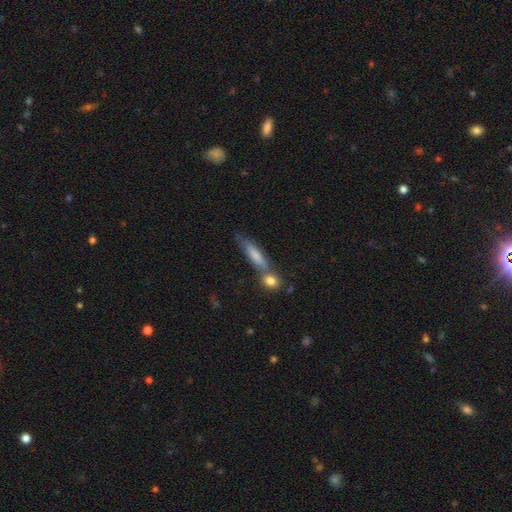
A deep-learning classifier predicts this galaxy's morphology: Smooth or featured?
  - smooth: 57% *
  - featured or disk: 33%
  - star or artifact: 10%
How rounded?
  - cigar-shaped: 80% *
  - in between: 17%
  - round: 3%
Merging?
  - none: 57% *
  - merger: 24%
  - minor disturbance: 14%
  - major disturbance: 5%